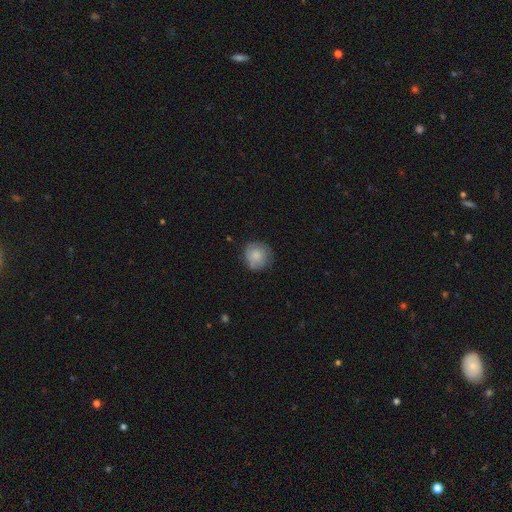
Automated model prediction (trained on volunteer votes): Smooth or featured? Predicted: smooth (p=0.78). How rounded? Predicted: round (p=0.91). Merging? Predicted: none (p=0.76).